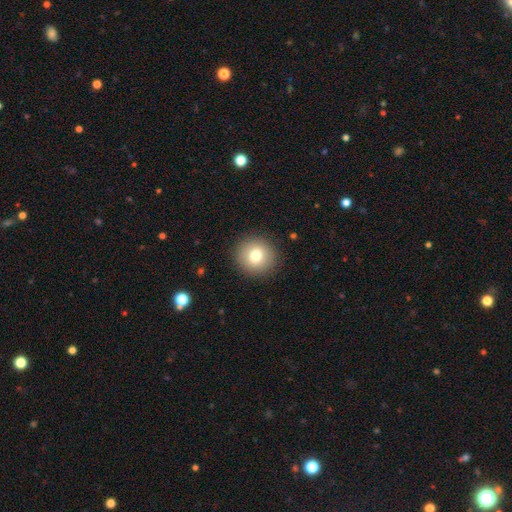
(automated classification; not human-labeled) smooth_or_featured: smooth (p=0.77) [alt: featured or disk p=0.12]
how_rounded: round (p=0.94) [alt: in between p=0.05]
merging: none (p=0.91) [alt: minor disturbance p=0.06]